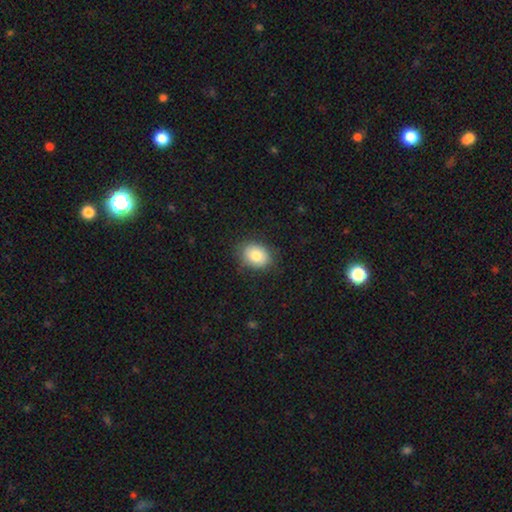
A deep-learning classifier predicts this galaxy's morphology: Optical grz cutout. It shows a smooth galaxy with no disk features (82%) that is in between round and cigar-shaped (64%). Merging: none (81%).